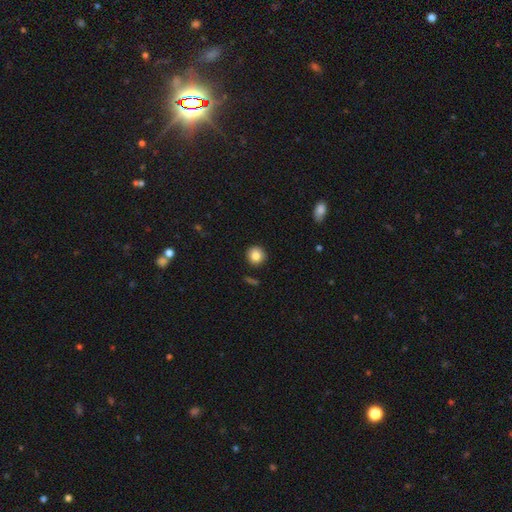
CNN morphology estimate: The model was most divided on "smooth or featured": smooth: 85%, star or artifact: 9%, featured or disk: 6%. More confident: how rounded — round (92%); merging — none (90%).